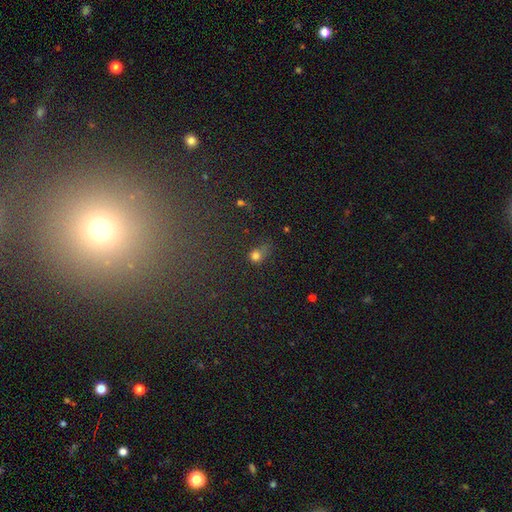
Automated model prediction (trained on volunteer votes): smooth 72%, star or artifact 19%, featured or disk 9%. Down the decision tree: how rounded — round (68%); merging — none (50%).